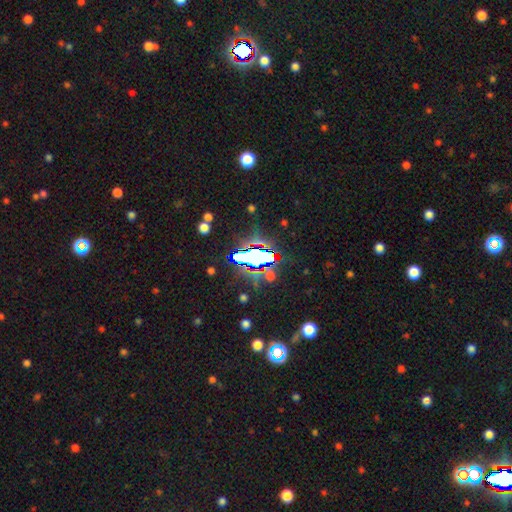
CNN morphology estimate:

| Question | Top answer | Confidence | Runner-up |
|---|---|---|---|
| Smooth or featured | star or artifact | 64% | smooth (22%) |